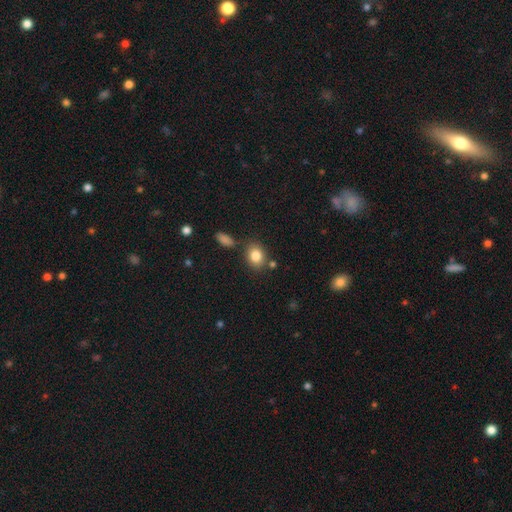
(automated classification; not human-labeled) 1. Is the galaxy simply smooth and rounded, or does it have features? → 84% smooth, 9% star or artifact, 7% featured or disk.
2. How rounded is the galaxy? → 54% in between, 45% round, 1% cigar-shaped.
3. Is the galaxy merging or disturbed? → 74% none, 13% minor disturbance, 9% merger, 4% major disturbance.